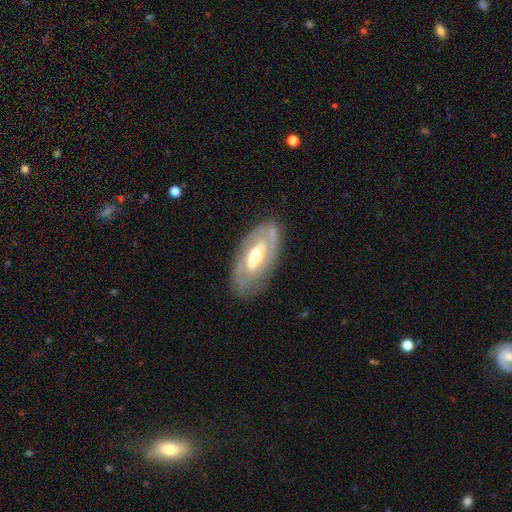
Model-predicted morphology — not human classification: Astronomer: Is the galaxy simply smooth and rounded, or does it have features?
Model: featured or disk — 73%.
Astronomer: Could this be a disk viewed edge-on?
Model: no — 89%.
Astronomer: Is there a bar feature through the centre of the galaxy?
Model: no — 38% (runner-up: weak, 36%).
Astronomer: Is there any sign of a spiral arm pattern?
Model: yes — 66%.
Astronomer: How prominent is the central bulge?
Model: moderate — 67%.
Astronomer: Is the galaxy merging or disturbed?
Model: none — 80%.